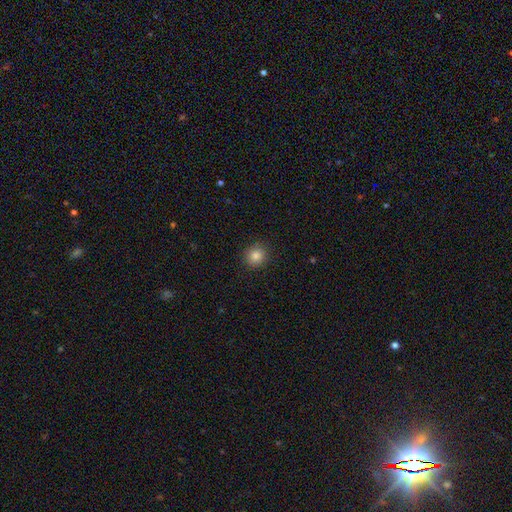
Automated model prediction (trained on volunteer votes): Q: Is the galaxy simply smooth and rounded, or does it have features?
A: smooth — 84%.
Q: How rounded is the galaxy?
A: round — 85%.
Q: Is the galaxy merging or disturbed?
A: none — 89%.